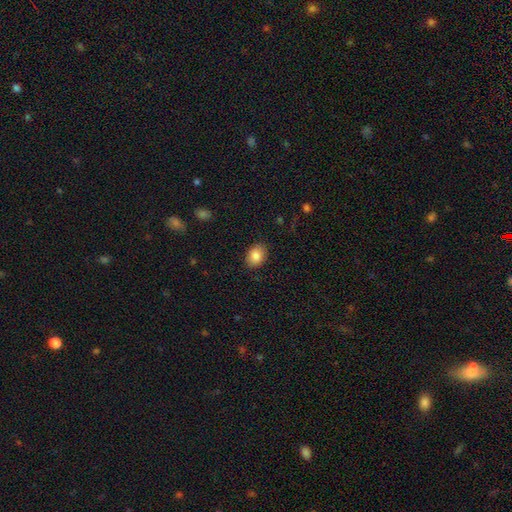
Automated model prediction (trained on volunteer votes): smooth 86%, star or artifact 8%, featured or disk 6%. Down the decision tree: how rounded — in between (72%); merging — none (87%).